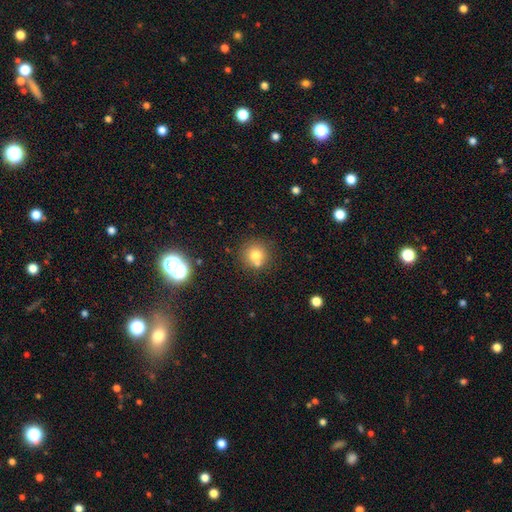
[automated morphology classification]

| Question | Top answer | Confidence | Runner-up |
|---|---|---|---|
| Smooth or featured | smooth | 73% | star or artifact (14%) |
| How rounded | round | 92% | in between (7%) |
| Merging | none | 66% | merger (21%) |